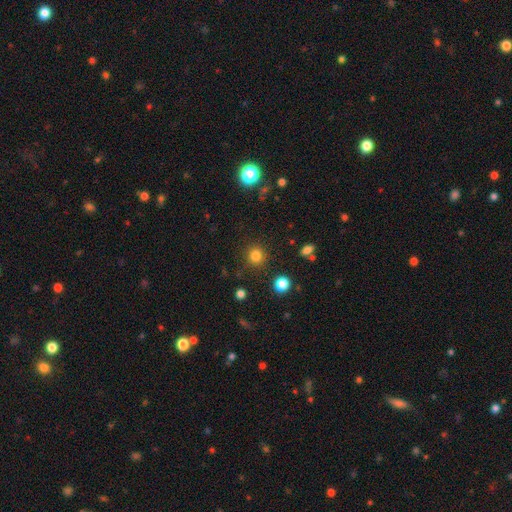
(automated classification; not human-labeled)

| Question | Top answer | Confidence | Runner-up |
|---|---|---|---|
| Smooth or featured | smooth | 82% | star or artifact (14%) |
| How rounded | round | 92% | in between (7%) |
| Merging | none | 88% | minor disturbance (7%) |